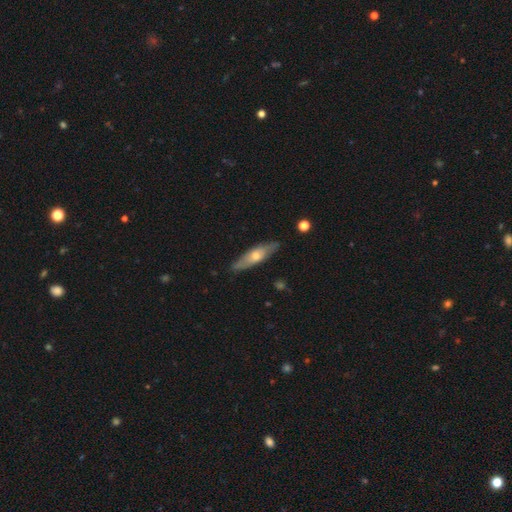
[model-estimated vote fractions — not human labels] Smooth or featured? featured or disk (48%)
Merging? none (84%)